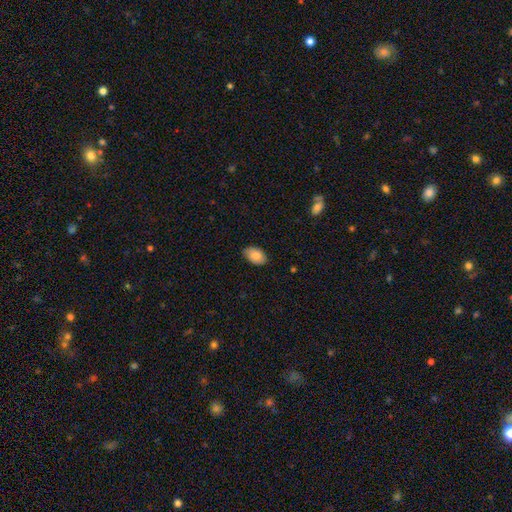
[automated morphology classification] Smooth or featured? smooth (83%)
How rounded? in between (91%)
Merging? none (83%)